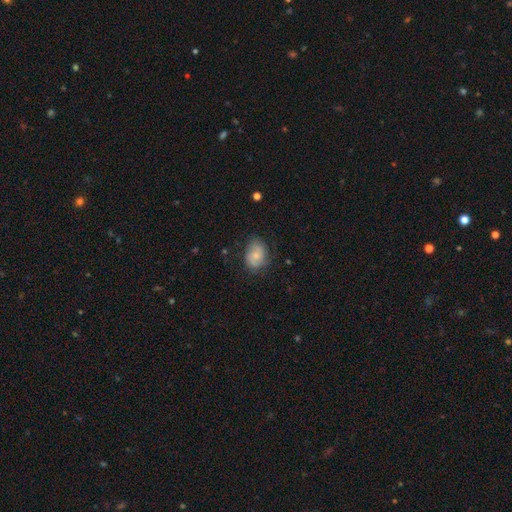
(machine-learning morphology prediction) A smooth galaxy with no disk features (53%) that is in between round and cigar-shaped (66%). Merging: none (64%).